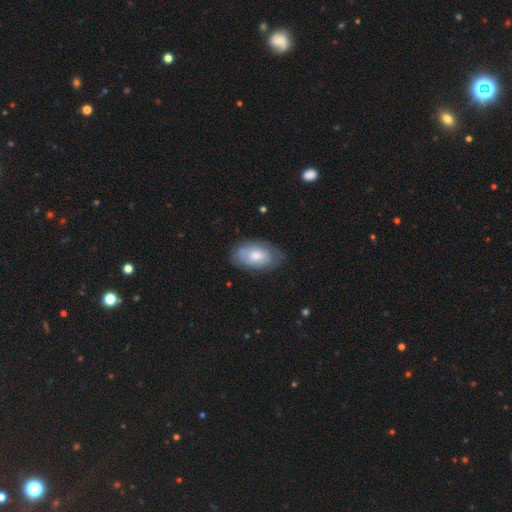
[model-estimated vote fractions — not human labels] Q: Smooth or featured?
A: smooth (59%); runner-up: featured or disk (35%)
Q: How rounded?
A: in between (92%); runner-up: round (6%)
Q: Merging?
A: none (69%); runner-up: minor disturbance (23%)